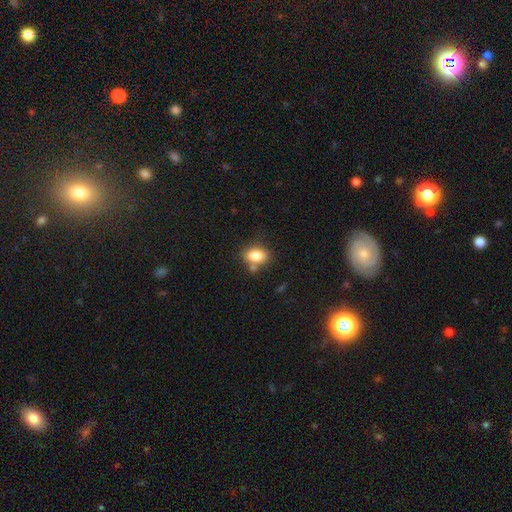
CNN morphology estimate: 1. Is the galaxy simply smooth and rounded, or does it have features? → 82% smooth, 9% star or artifact, 9% featured or disk.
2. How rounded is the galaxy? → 79% in between, 19% round, 2% cigar-shaped.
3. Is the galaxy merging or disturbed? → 64% none, 16% merger, 16% minor disturbance, 5% major disturbance.